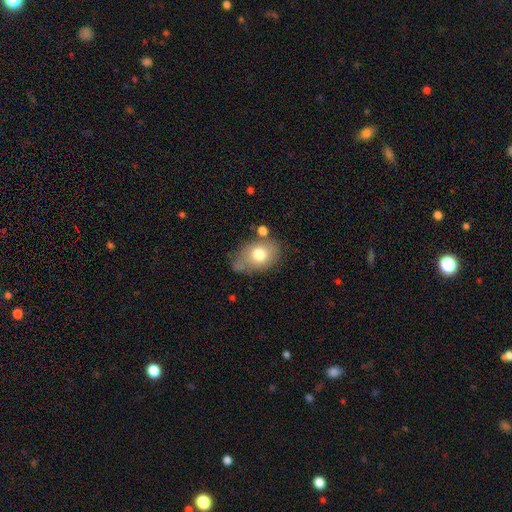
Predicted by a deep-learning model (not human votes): Overall: smooth (63%). How rounded: in between (70%). Merging: none (71%).